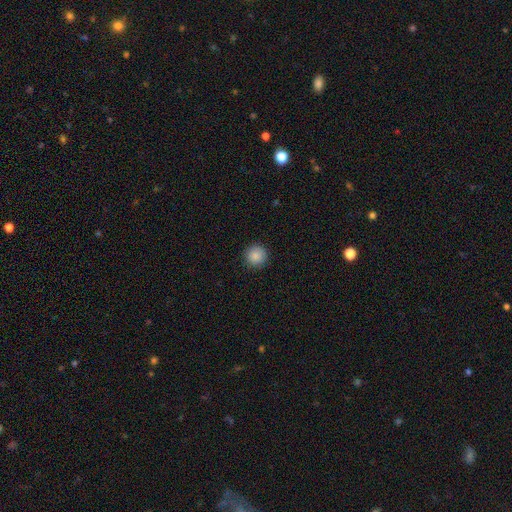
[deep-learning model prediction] Smooth or featured?
  - smooth: 88% *
  - star or artifact: 9%
  - featured or disk: 3%
How rounded?
  - round: 95% *
  - in between: 4%
  - cigar-shaped: 1%
Merging?
  - none: 92% *
  - minor disturbance: 5%
  - major disturbance: 2%
  - merger: 1%